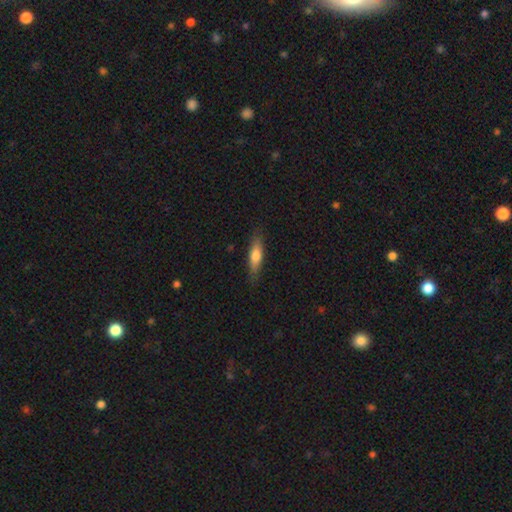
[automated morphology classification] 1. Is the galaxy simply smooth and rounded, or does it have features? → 66% smooth, 28% featured or disk, 6% star or artifact.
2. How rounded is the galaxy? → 62% cigar-shaped, 35% in between, 2% round.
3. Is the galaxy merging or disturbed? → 83% none, 13% minor disturbance, 3% major disturbance, 1% merger.